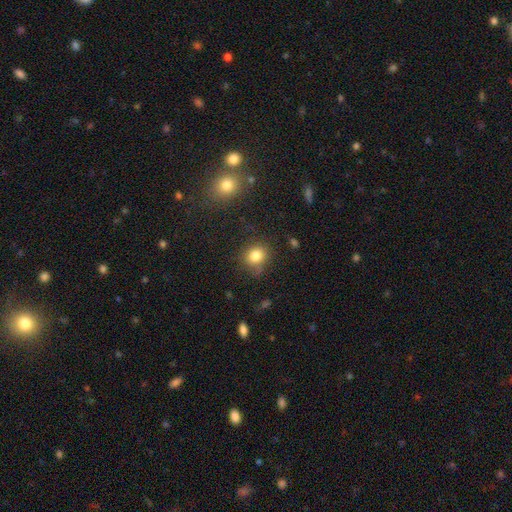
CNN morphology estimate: This is clearly a smooth galaxy (81%). How rounded: likely round (74%). Merging: likely none (73%).